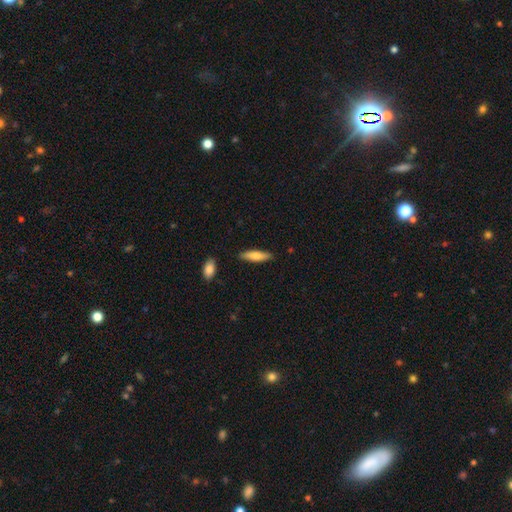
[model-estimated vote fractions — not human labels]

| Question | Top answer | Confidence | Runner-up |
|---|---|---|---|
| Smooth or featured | smooth | 76% | featured or disk (18%) |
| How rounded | cigar-shaped | 65% | in between (33%) |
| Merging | none | 86% | minor disturbance (10%) |